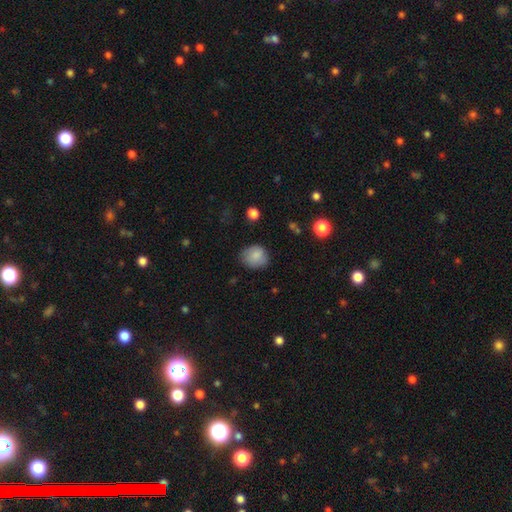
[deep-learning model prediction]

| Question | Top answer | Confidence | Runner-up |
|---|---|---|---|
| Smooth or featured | smooth | 86% | star or artifact (8%) |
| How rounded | round | 69% | in between (30%) |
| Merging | none | 76% | minor disturbance (19%) |